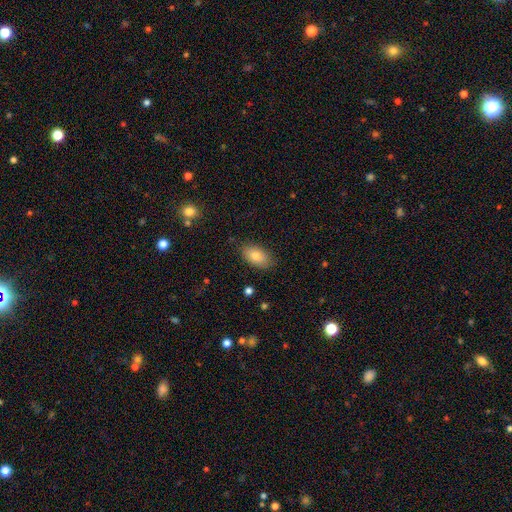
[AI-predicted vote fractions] A smooth galaxy with no disk features (80%) that is in between round and cigar-shaped (92%). Merging: none (84%).